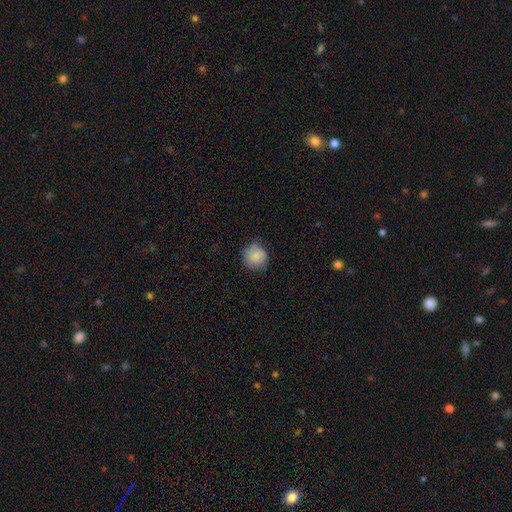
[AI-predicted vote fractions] smooth_or_featured: smooth (p=0.85) [alt: featured or disk p=0.08]
how_rounded: round (p=0.90) [alt: in between p=0.09]
merging: none (p=0.73) [alt: minor disturbance p=0.22]